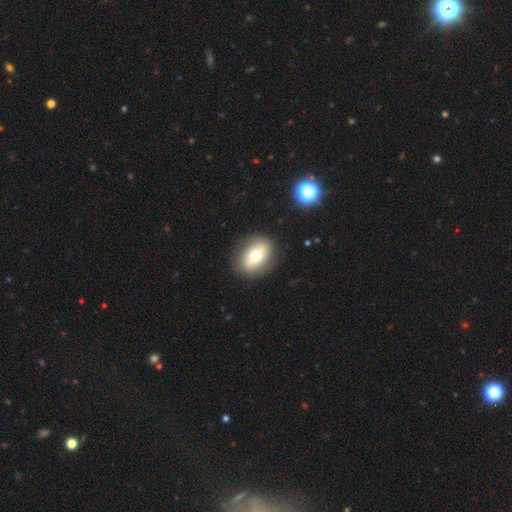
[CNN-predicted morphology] Smooth or featured? Predicted: smooth (p=0.65). How rounded? Predicted: in between (p=0.75). Merging? Predicted: none (p=0.85).